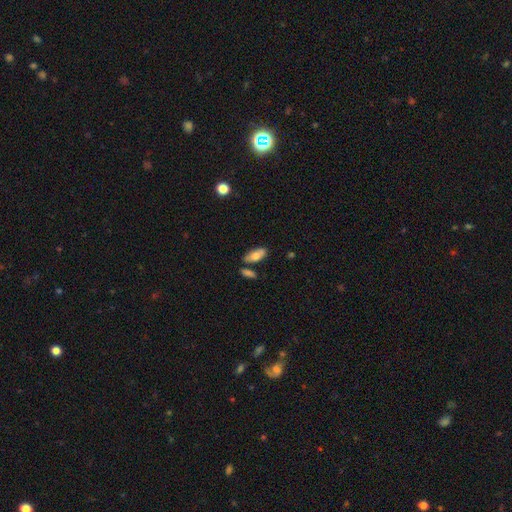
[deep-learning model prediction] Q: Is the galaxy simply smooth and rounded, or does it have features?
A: smooth — 67%.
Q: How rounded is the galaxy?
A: in between — 85%.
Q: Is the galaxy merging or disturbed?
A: none — 74%.